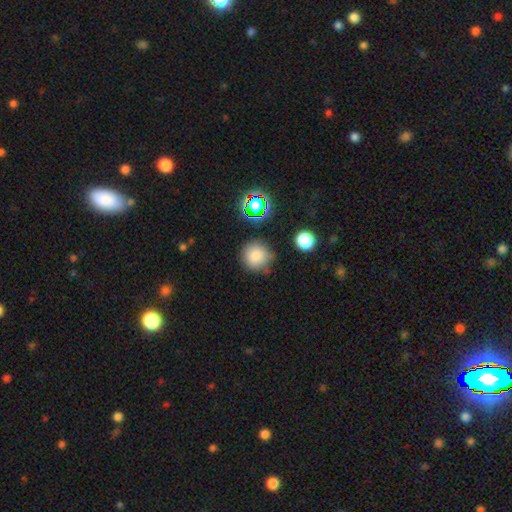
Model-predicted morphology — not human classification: Smooth or featured? smooth (79%)
How rounded? round (92%)
Merging? none (74%)